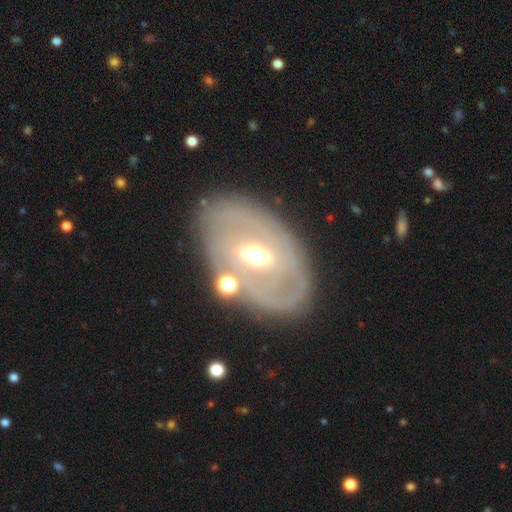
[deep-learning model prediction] Smooth or featured? featured or disk (71%)
Edge-on disk? no (91%)
Bar? weak (40%)
Spiral arms? no (63%)
Bulge size? moderate (70%)
Merging? none (76%)